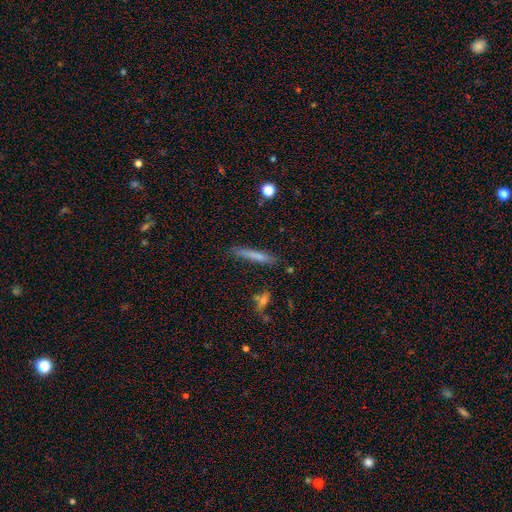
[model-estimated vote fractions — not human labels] Smooth or featured? Predicted: smooth (p=0.67). How rounded? Predicted: cigar-shaped (p=0.93). Merging? Predicted: none (p=0.75).